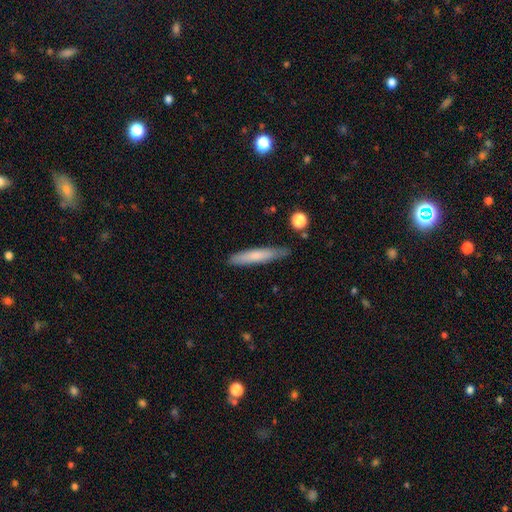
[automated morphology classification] A smooth galaxy with no disk features (70%) that is cigar-shaped (90%).

Vote fractions:
- Smooth or featured? smooth: 70% / featured or disk: 23% / star or artifact: 6%
- How rounded? cigar-shaped: 90% / in between: 9% / round: 1%
- Merging? none: 80% / minor disturbance: 15% / major disturbance: 3% / merger: 2%